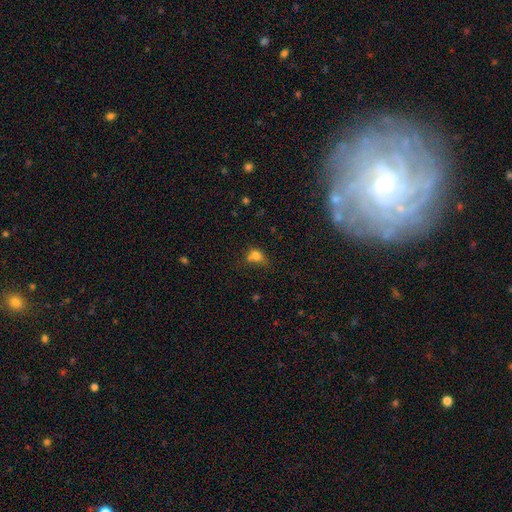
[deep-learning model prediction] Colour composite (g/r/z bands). It shows a smooth galaxy with no disk features (75%) that is in between round and cigar-shaped (51%). Merging: none (34%).